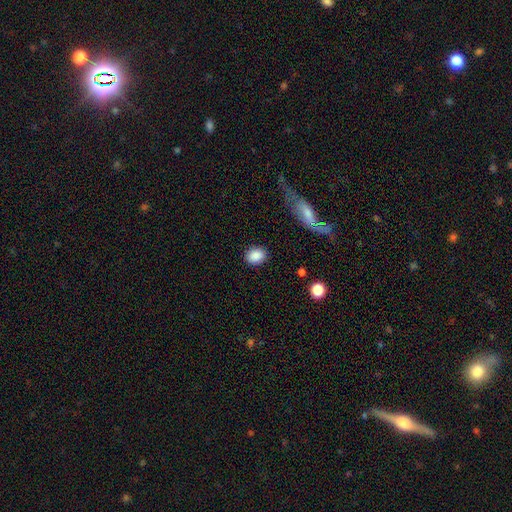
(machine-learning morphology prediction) The model was most divided on "how rounded": in between: 60%, round: 39%, cigar-shaped: 1%. More confident: smooth or featured — smooth (88%); merging — none (86%).